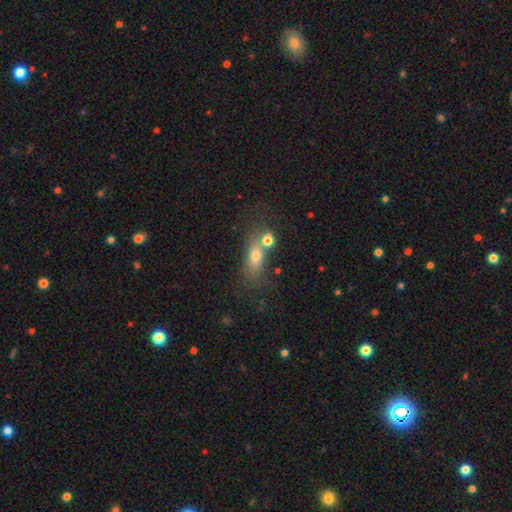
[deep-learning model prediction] smooth-or-featured: smooth: 66% | featured or disk: 19% | star or artifact: 15%
  how-rounded: in between: 62% | round: 20% | cigar-shaped: 18%
  merging: none: 43% | merger: 35% | minor disturbance: 13% | major disturbance: 8%